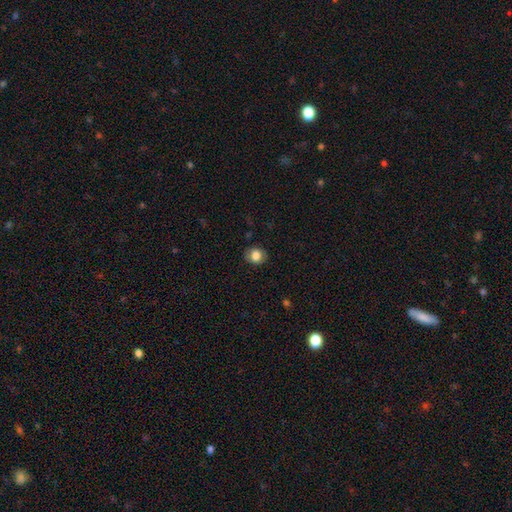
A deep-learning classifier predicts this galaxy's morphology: Smooth or featured: smooth — 81% (featured or disk — 10%)
How rounded: round — 72% (in between — 28%)
Merging: none — 85% (minor disturbance — 11%)